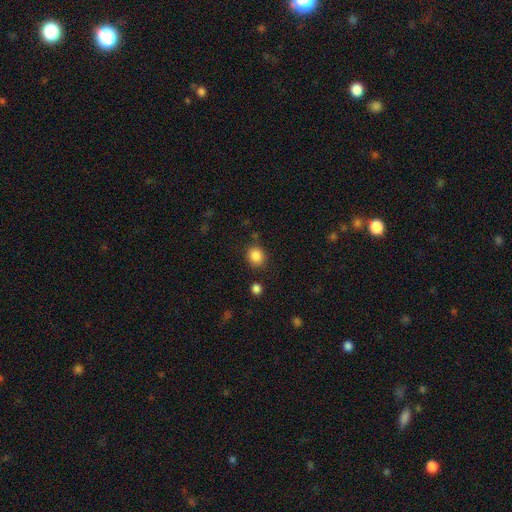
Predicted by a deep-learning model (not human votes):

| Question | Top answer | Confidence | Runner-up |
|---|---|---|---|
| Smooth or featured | smooth | 86% | star or artifact (10%) |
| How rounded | round | 76% | in between (23%) |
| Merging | none | 82% | minor disturbance (10%) |